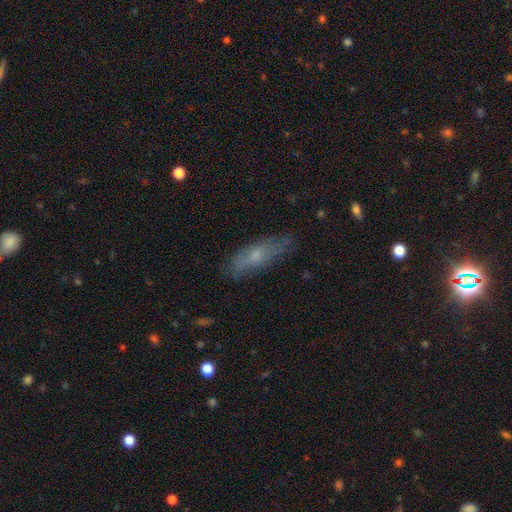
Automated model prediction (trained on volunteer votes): Overall: smooth (57%; featured or disk 35%). How rounded: cigar-shaped (49%; in between 48%). Merging: none (73%).